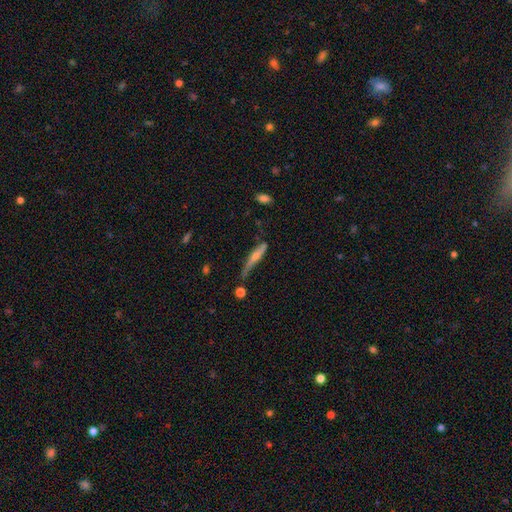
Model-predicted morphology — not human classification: The model was most divided on "merging": none: 52%, minor disturbance: 29%, major disturbance: 13%, merger: 7%. More confident: edge-on disk — yes (89%); edge-on bulge — rounded (76%); smooth or featured — featured or disk (58%).